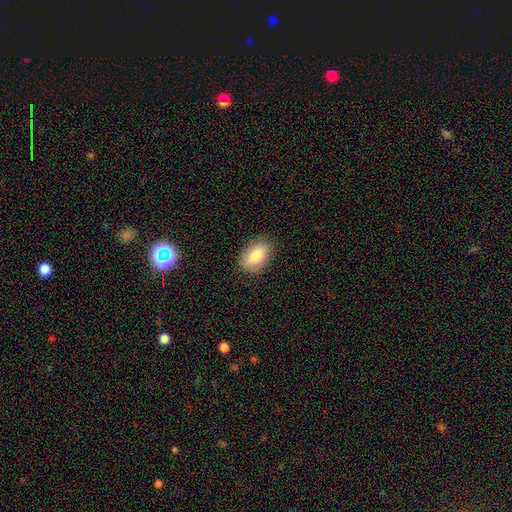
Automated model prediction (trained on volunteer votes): Smooth or featured? smooth (81%)
How rounded? in between (88%)
Merging? none (83%)